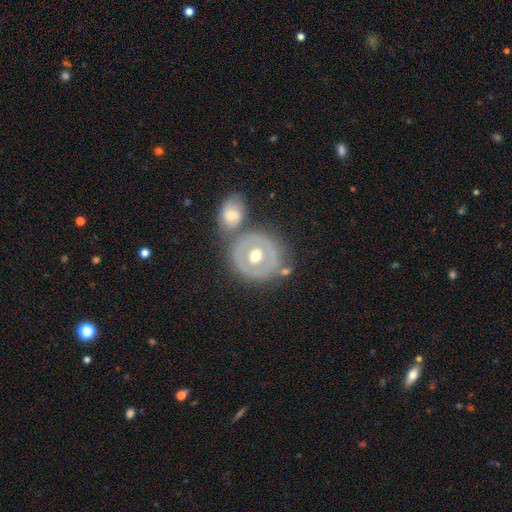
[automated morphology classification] A featured or disk galaxy (57%) with no bar (80%), no spiral arms (84%) and a moderate central bulge (79%). Merging: none (61%).